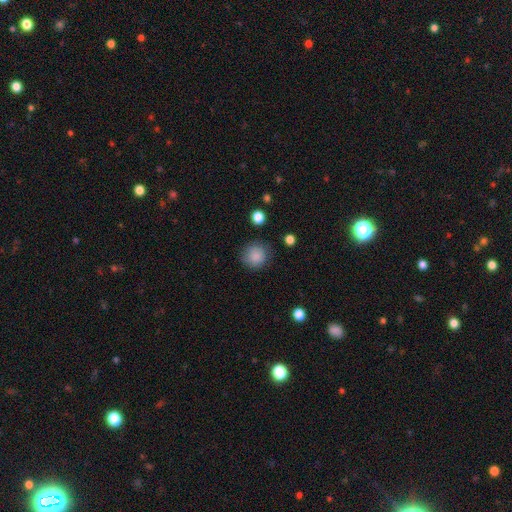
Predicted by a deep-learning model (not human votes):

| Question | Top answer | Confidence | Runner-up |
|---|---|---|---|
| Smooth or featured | smooth | 87% | star or artifact (9%) |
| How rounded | round | 91% | in between (8%) |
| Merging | none | 82% | minor disturbance (12%) |